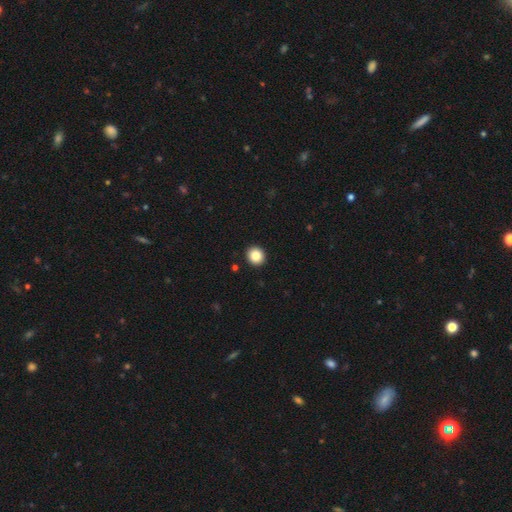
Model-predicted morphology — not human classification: This appears to be a smooth galaxy with no disk features (86%) that is round (88%). Merging: none (93%).